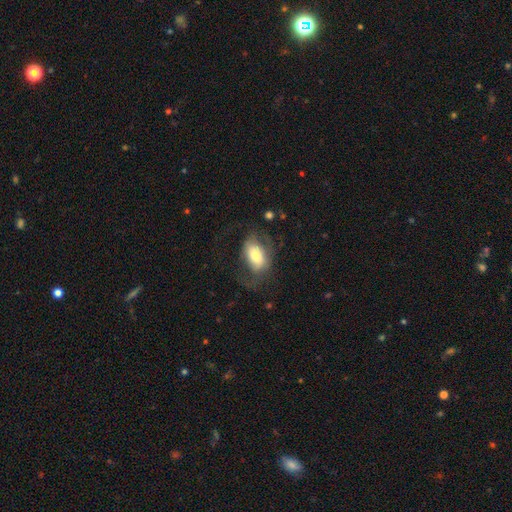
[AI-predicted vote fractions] smooth_or_featured: smooth (p=0.57) [alt: featured or disk p=0.36]
how_rounded: in between (p=0.89) [alt: round p=0.09]
merging: none (p=0.43) [alt: major disturbance p=0.31]